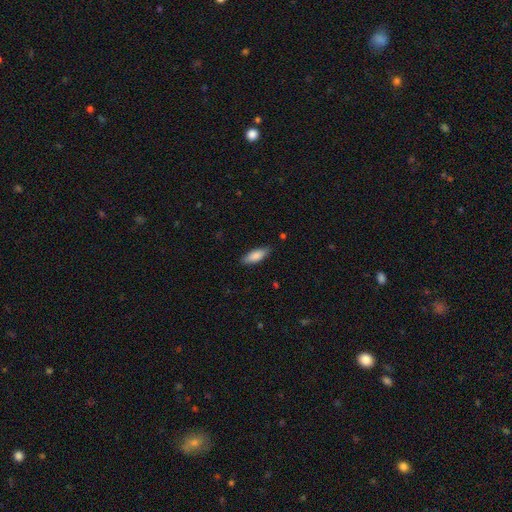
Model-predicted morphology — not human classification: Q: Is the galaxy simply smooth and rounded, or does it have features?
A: smooth — 84%.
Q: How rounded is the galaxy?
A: in between — 68%.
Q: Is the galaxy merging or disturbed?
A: none — 82%.